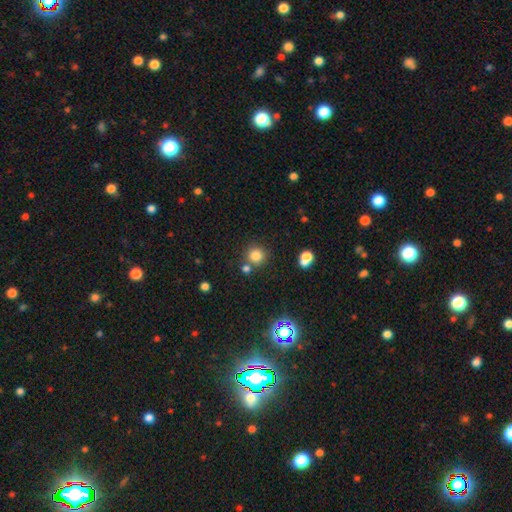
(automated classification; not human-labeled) Smooth or featured: smooth — 79% (star or artifact — 15%)
How rounded: round — 93% (in between — 6%)
Merging: none — 74% (merger — 15%)